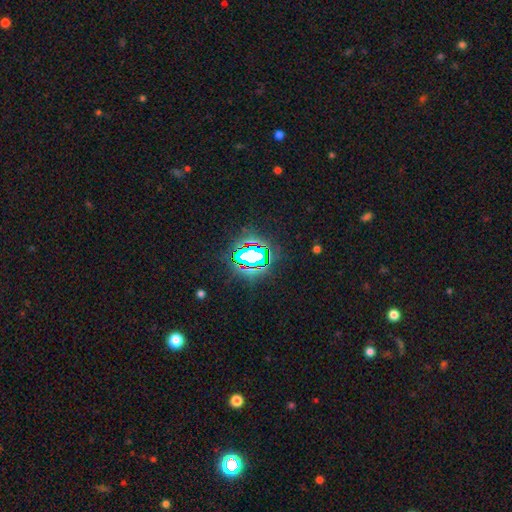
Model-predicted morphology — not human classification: Q: Smooth or featured?
A: star or artifact (82%); runner-up: smooth (11%)